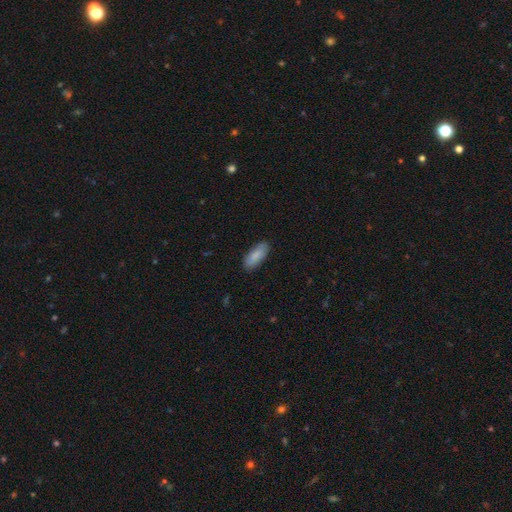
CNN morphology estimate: This appears to be a smooth galaxy with no disk features (87%) that is in between round and cigar-shaped (73%). Merging: none (87%).